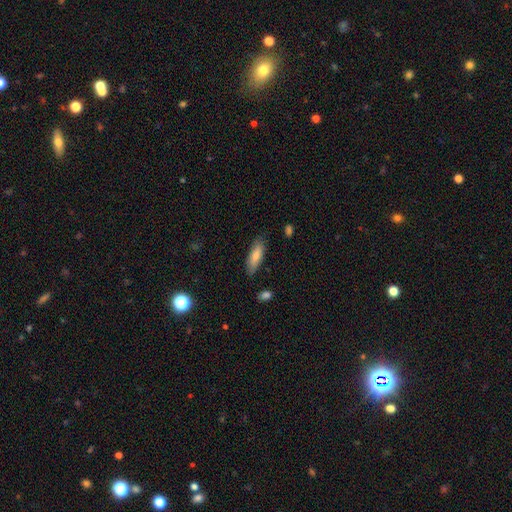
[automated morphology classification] smooth-or-featured: smooth: 81% | featured or disk: 13% | star or artifact: 6%
  how-rounded: in between: 56% | cigar-shaped: 42% | round: 2%
  merging: none: 82% | minor disturbance: 14% | major disturbance: 3% | merger: 2%